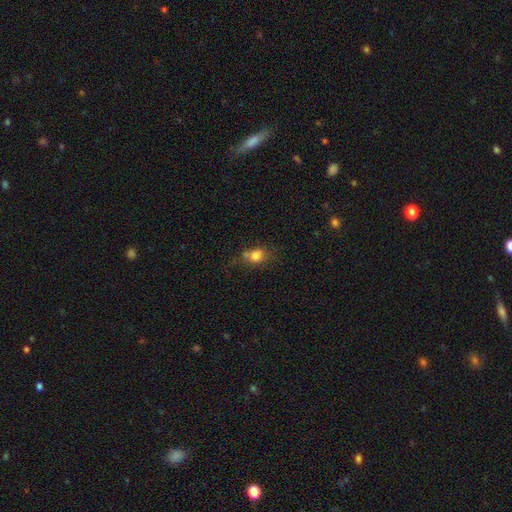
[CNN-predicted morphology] Overall: smooth (77%). How rounded: round (50%; in between 48%). Merging: none (45%; minor disturbance 25%).